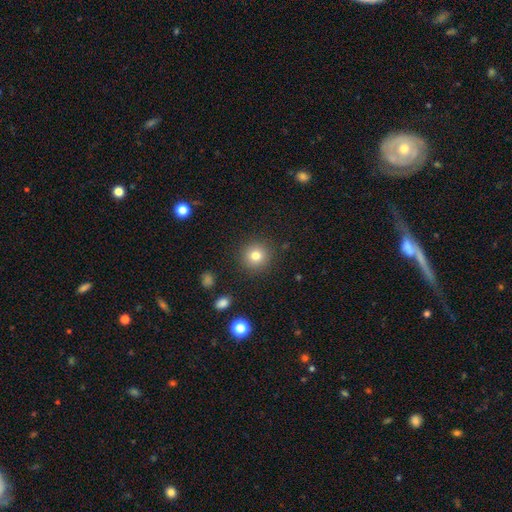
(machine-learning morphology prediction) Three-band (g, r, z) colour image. It shows a smooth galaxy with no disk features (79%) that is round (94%). Merging: none (90%).